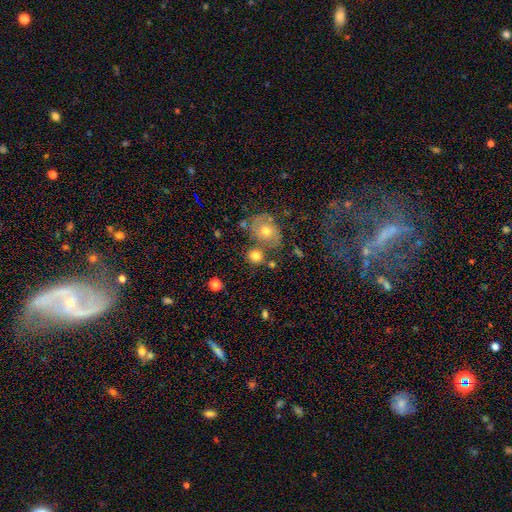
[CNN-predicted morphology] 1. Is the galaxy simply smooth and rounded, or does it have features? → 77% smooth, 12% featured or disk, 11% star or artifact.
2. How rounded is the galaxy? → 78% round, 21% in between, 1% cigar-shaped.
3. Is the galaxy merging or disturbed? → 62% none, 21% merger, 12% minor disturbance, 5% major disturbance.